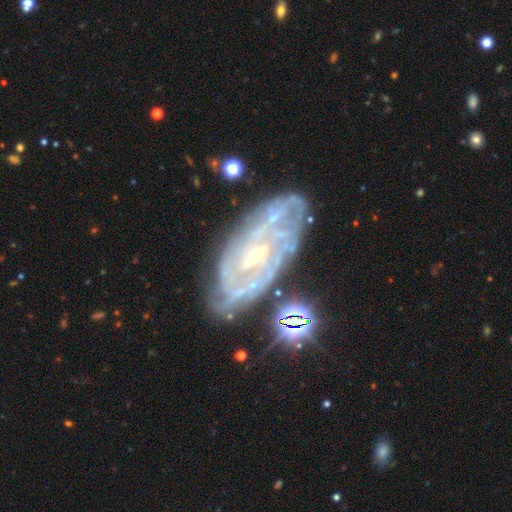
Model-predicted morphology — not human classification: This appears to be a featured or disk galaxy (82%) with no bar (48%), tight (67%) spiral arms (90%) and a small central bulge (77%). Merging: none (71%).